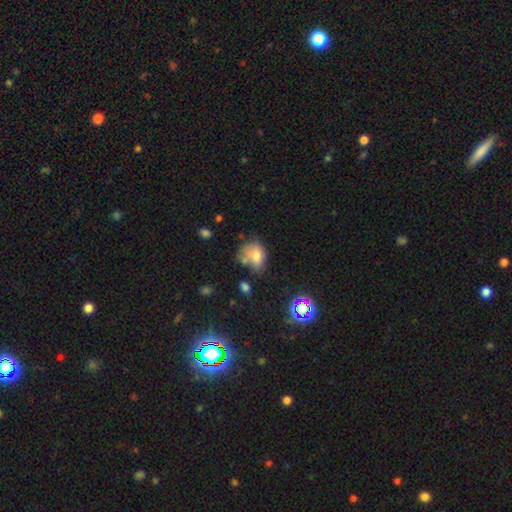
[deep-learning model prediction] This appears to be a smooth galaxy with no disk features (67%) that is in between round and cigar-shaped (59%). Merging: none (36%).